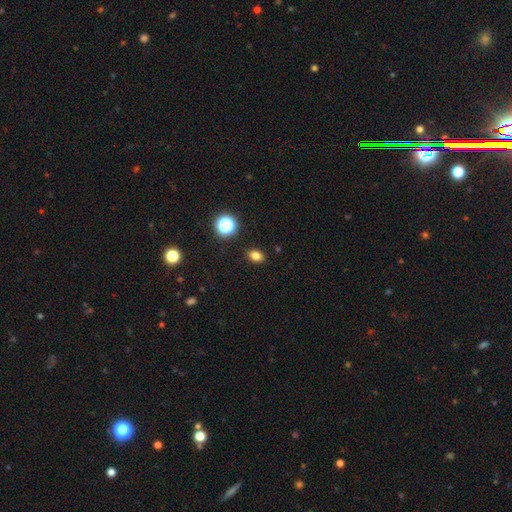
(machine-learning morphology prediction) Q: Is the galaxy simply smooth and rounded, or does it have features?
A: smooth — 80%.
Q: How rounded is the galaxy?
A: in between — 75%.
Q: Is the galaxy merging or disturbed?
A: none — 89%.